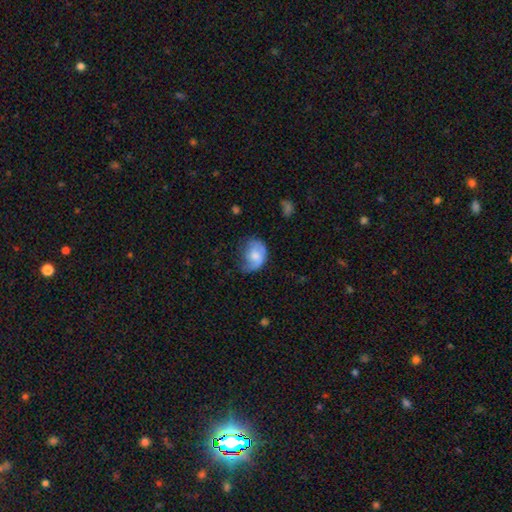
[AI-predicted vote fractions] This appears to be a smooth galaxy with no disk features (56%) that is in between round and cigar-shaped (64%). Merging: minor disturbance (36%).